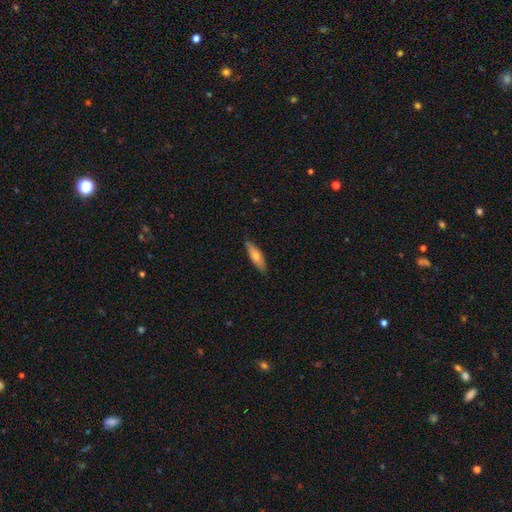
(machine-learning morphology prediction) The model was most divided on "how rounded": cigar-shaped: 58%, in between: 39%, round: 2%. More confident: merging — none (86%); smooth or featured — smooth (63%).